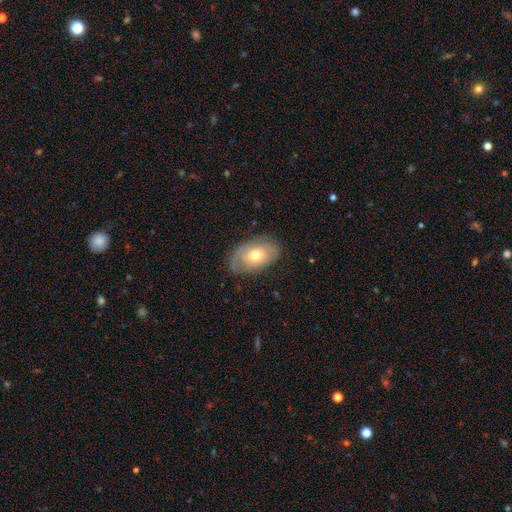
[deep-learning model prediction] Smooth or featured?
  - smooth: 56% *
  - featured or disk: 37%
  - star or artifact: 7%
How rounded?
  - in between: 89% *
  - round: 10%
  - cigar-shaped: 1%
Merging?
  - none: 74% *
  - minor disturbance: 20%
  - major disturbance: 6%
  - merger: 1%